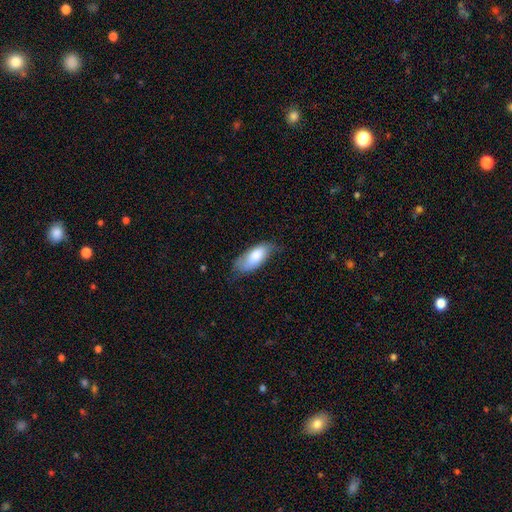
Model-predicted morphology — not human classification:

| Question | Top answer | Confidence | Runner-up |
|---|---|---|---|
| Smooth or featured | smooth | 75% | featured or disk (19%) |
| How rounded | in between | 85% | cigar-shaped (13%) |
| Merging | none | 55% | minor disturbance (34%) |